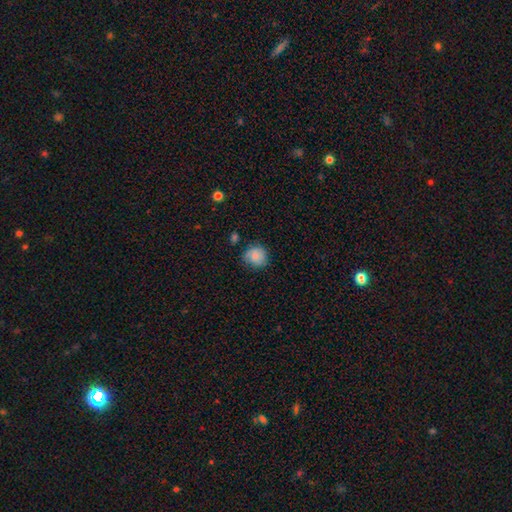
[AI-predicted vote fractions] Smooth or featured? Predicted: smooth (p=0.80). How rounded? Predicted: round (p=0.85). Merging? Predicted: none (p=0.71).